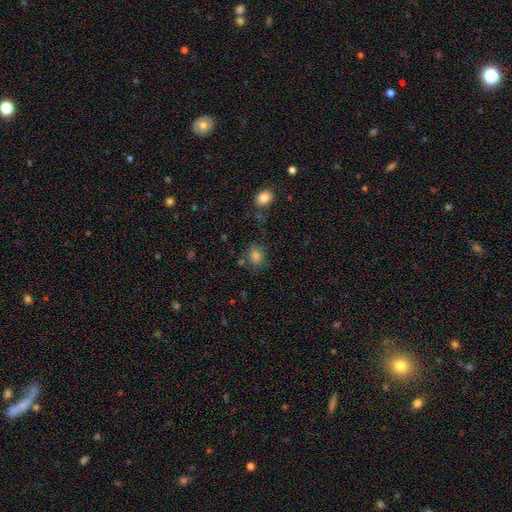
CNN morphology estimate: A smooth galaxy with no disk features (77%) that is round (56%).

Vote fractions:
- Smooth or featured? smooth: 77% / star or artifact: 15% / featured or disk: 8%
- How rounded? round: 56% / in between: 43% / cigar-shaped: 1%
- Merging? none: 72% / minor disturbance: 16% / major disturbance: 6% / merger: 6%